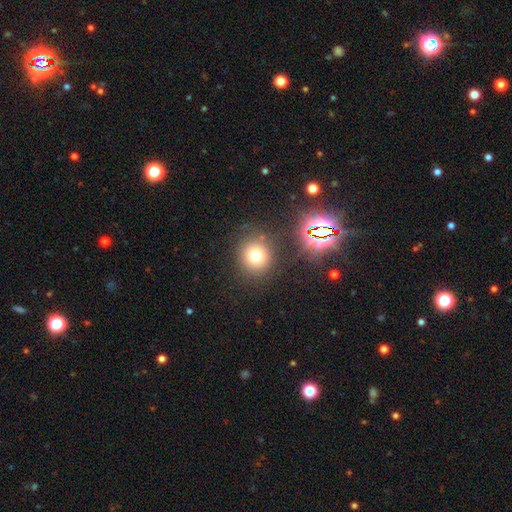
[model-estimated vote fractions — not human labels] Q: Smooth or featured?
A: smooth (72%); runner-up: star or artifact (19%)
Q: How rounded?
A: round (90%); runner-up: in between (9%)
Q: Merging?
A: none (83%); runner-up: minor disturbance (9%)